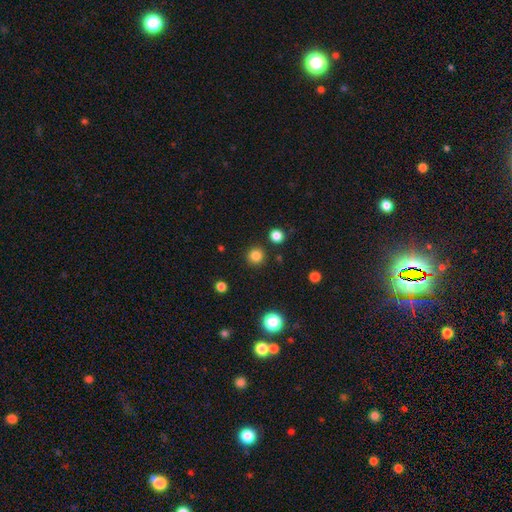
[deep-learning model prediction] This appears to be a smooth galaxy with no disk features (83%) that is round (95%). Merging: none (91%).